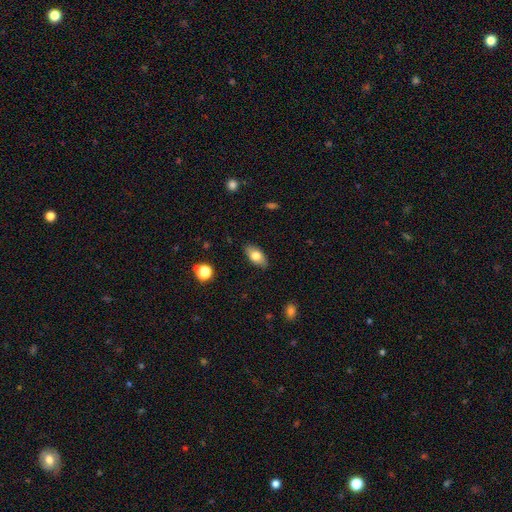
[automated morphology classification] Smooth or featured? Predicted: smooth (p=0.76). How rounded? Predicted: in between (p=0.90). Merging? Predicted: none (p=0.86).